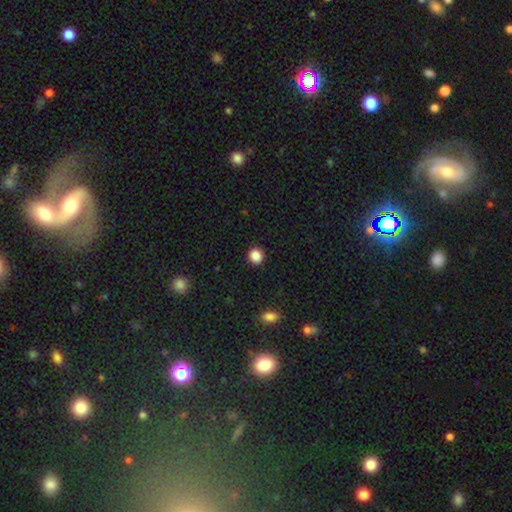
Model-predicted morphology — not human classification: A smooth galaxy with no disk features (87%) that is round (88%). Merging: none (93%).